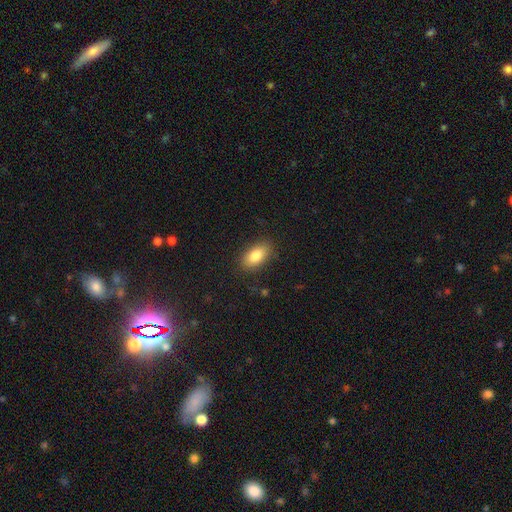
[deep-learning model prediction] The model was most divided on "merging": none: 85%, minor disturbance: 11%, major disturbance: 3%, merger: 1%. More confident: how rounded — in between (91%); smooth or featured — smooth (83%).